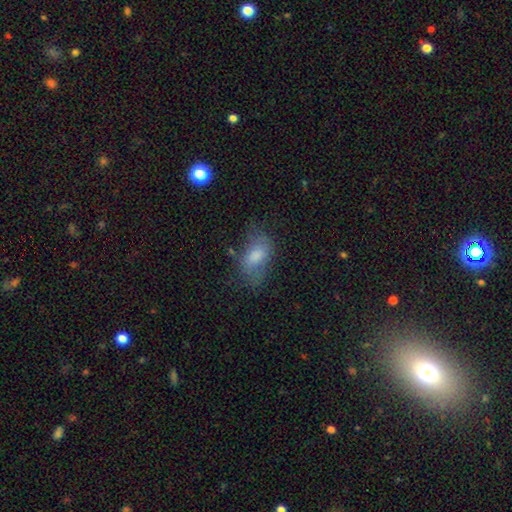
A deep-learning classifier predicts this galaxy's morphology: smooth_or_featured: smooth (p=0.66) [alt: featured or disk p=0.24]
how_rounded: in between (p=0.87) [alt: round p=0.07]
merging: none (p=0.53) [alt: minor disturbance p=0.27]